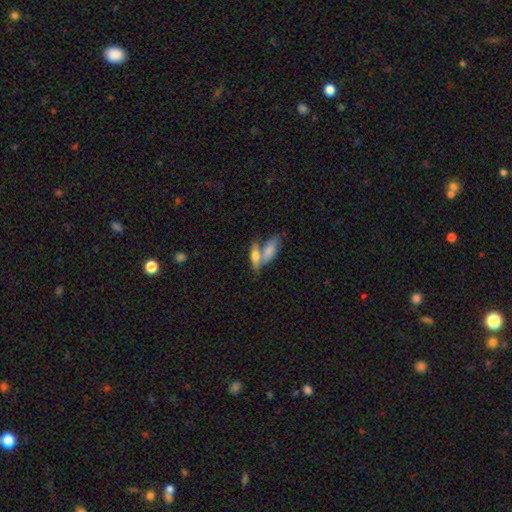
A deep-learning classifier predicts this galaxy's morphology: This appears to be a smooth galaxy with no disk features (67%) that is in between round and cigar-shaped (65%). Merging: merger (57%).